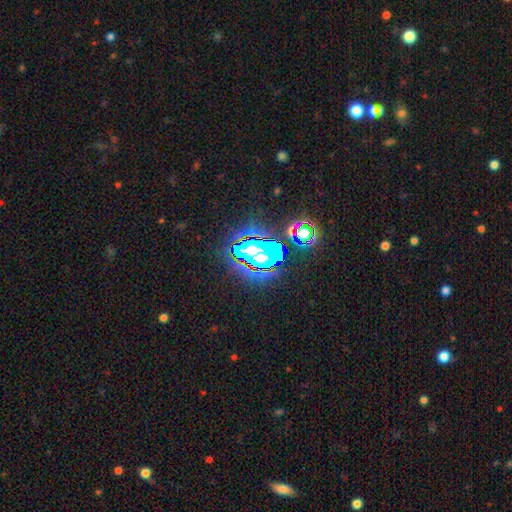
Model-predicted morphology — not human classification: Smooth or featured? Predicted: star or artifact (p=0.77).